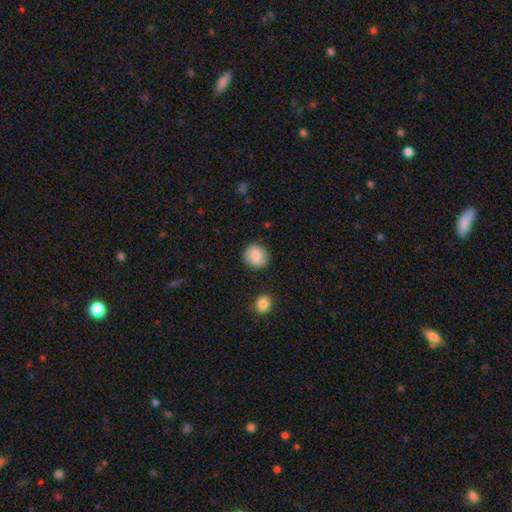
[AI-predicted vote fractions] smooth_or_featured: smooth (p=0.84) [alt: featured or disk p=0.08]
how_rounded: round (p=0.84) [alt: in between p=0.15]
merging: none (p=0.84) [alt: minor disturbance p=0.11]